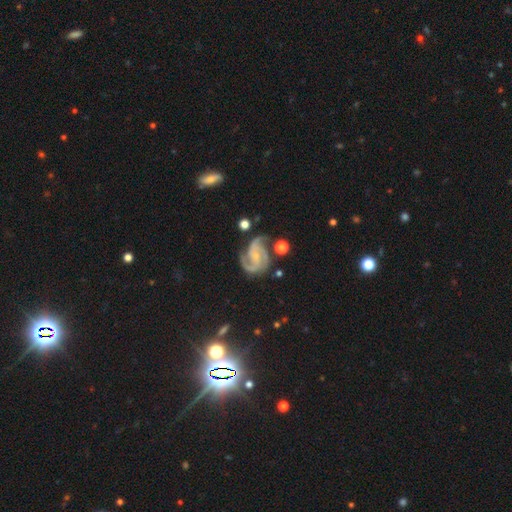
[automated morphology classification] This appears to be a featured or disk galaxy (91%) with no bar (59%), 3 (46%) medium (52%) spiral arms (98%) and a small central bulge (75%). Merging: none (65%).